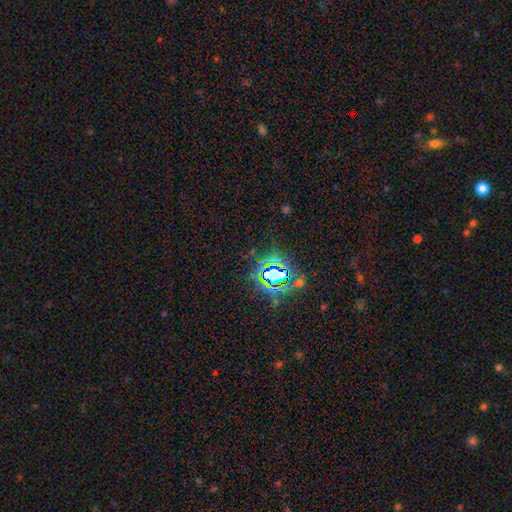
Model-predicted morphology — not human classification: This is clearly a star or artifact rather than a galaxy (80%).